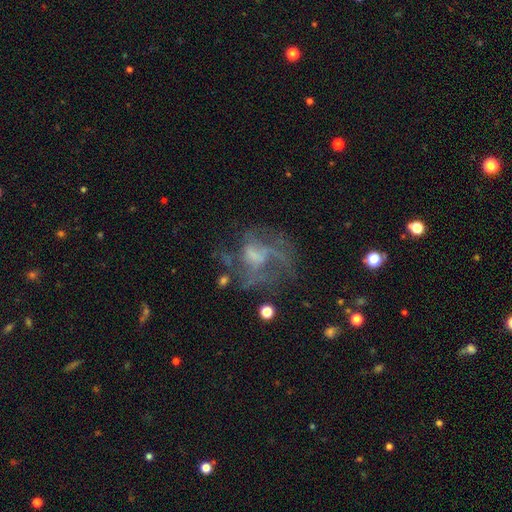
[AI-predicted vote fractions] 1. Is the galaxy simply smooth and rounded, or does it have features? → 65% featured or disk, 20% smooth, 15% star or artifact.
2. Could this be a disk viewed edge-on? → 98% no, 2% yes.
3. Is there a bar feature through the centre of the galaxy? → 63% no, 30% weak, 7% strong.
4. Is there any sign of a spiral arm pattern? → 53% yes, 47% no.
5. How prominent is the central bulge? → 46% none, 25% small, 22% moderate, 5% large, 2% dominant.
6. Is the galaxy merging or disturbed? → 42% major disturbance, 36% none, 16% minor disturbance, 6% merger.